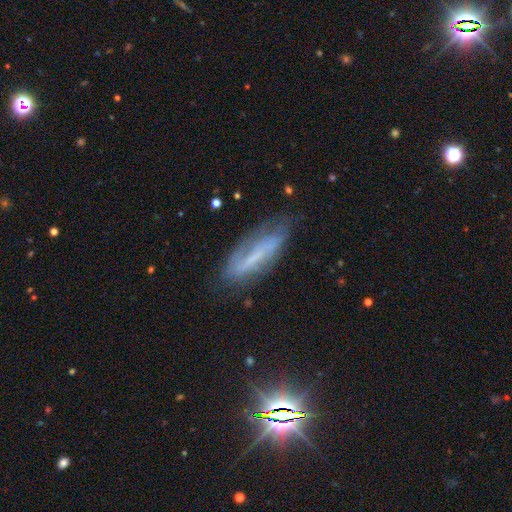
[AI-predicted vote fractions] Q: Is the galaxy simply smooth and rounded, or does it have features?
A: featured or disk — 55%.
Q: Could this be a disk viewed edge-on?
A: no — 64%.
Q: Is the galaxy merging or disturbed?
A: none — 62%.